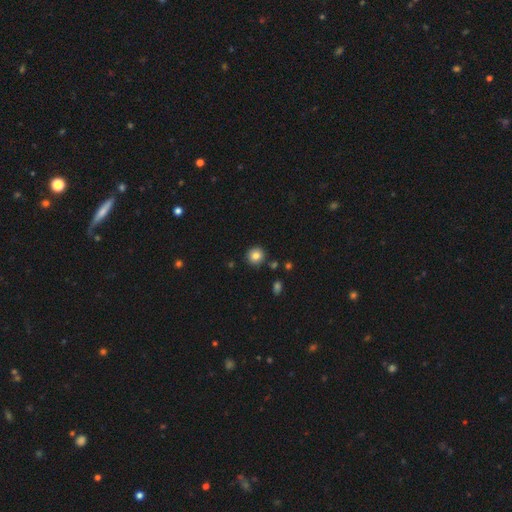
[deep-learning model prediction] A smooth galaxy with no disk features (82%) that is round (93%).

Vote fractions:
- Smooth or featured? smooth: 82% / star or artifact: 10% / featured or disk: 8%
- How rounded? round: 93% / in between: 6% / cigar-shaped: 1%
- Merging? none: 89% / minor disturbance: 7% / merger: 3% / major disturbance: 2%